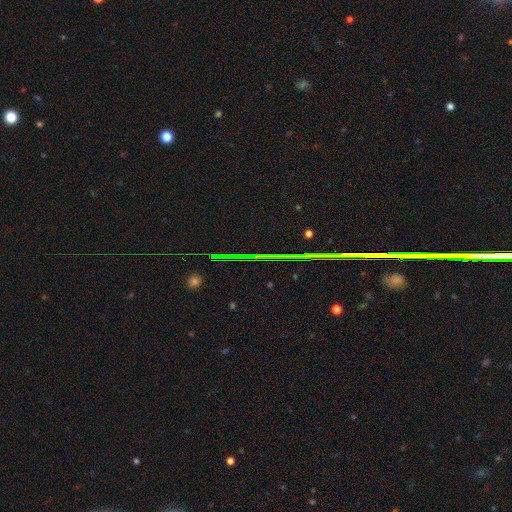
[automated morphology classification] This is clearly a star or artifact rather than a galaxy (80%).